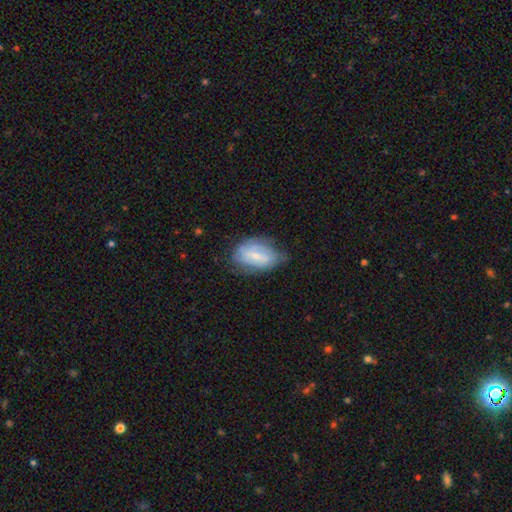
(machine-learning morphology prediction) smooth-or-featured: featured or disk: 52% | smooth: 40% | star or artifact: 7%
  disk-edge-on: no: 95% | yes: 5%
  merging: none: 59% | minor disturbance: 30% | major disturbance: 9% | merger: 1%